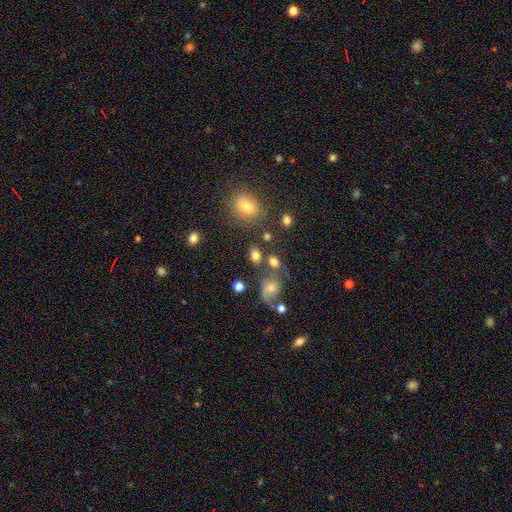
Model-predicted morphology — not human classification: Q: Smooth or featured?
A: smooth (76%); runner-up: star or artifact (13%)
Q: How rounded?
A: in between (57%); runner-up: round (41%)
Q: Merging?
A: none (65%); runner-up: merger (15%)